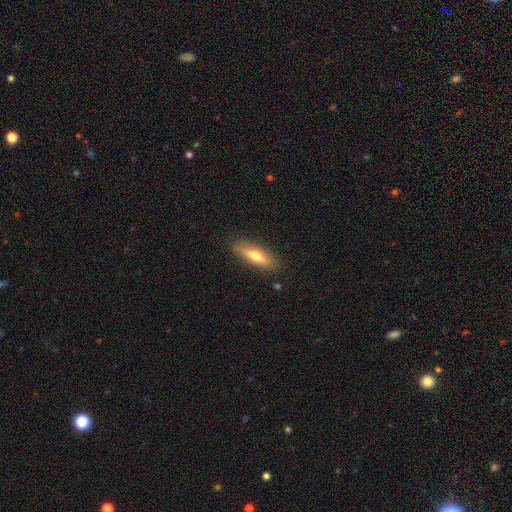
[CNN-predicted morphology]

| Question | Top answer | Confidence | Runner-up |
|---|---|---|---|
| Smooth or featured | smooth | 53% | featured or disk (41%) |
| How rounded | cigar-shaped | 63% | in between (35%) |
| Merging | none | 86% | minor disturbance (10%) |